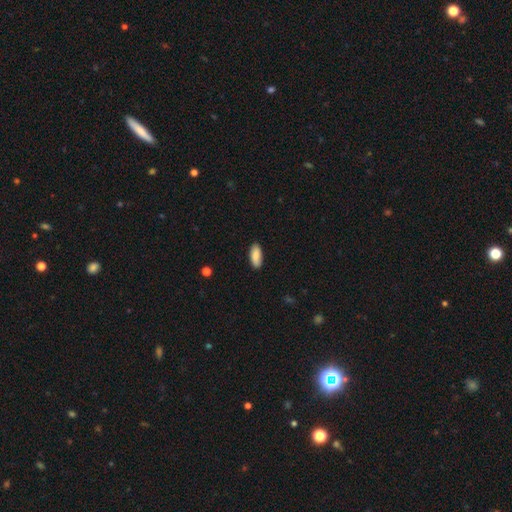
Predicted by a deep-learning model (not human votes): The model was most divided on "how rounded": in between: 85%, cigar-shaped: 13%, round: 2%. More confident: smooth or featured — smooth (88%); merging — none (88%).